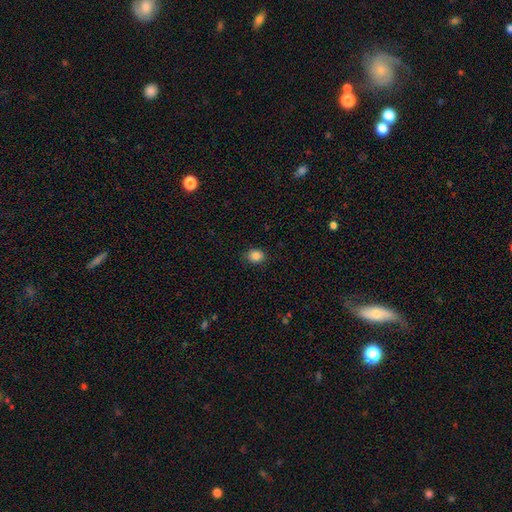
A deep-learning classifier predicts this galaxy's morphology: smooth-or-featured: smooth: 85% | star or artifact: 10% | featured or disk: 4%
  how-rounded: round: 64% | in between: 35% | cigar-shaped: 1%
  merging: none: 85% | minor disturbance: 12% | major disturbance: 3% | merger: 1%